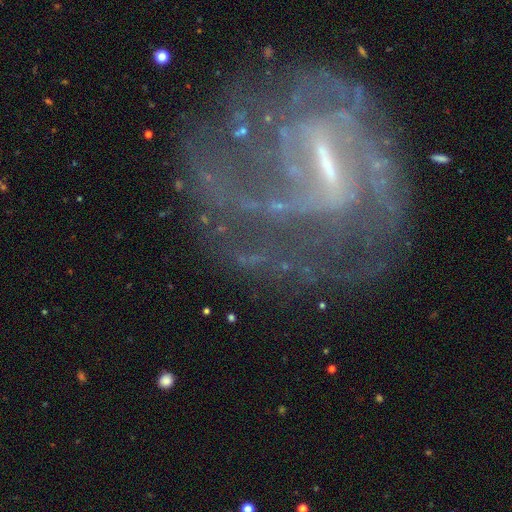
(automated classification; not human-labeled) A featured or disk galaxy (85%) with a strong bar (47%), 2 (34%) medium (42%) spiral arms (86%) and a small central bulge (48%). Merging: none (51%).